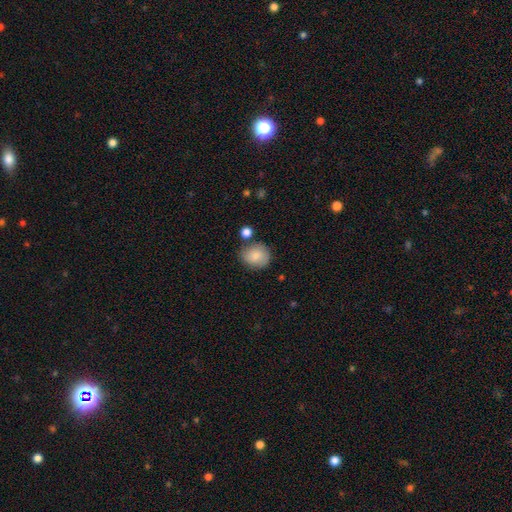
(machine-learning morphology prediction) A smooth galaxy with no disk features (80%) that is round (70%).

Vote fractions:
- Smooth or featured? smooth: 80% / featured or disk: 13% / star or artifact: 8%
- How rounded? round: 70% / in between: 29% / cigar-shaped: 1%
- Merging? none: 70% / minor disturbance: 17% / merger: 9% / major disturbance: 4%